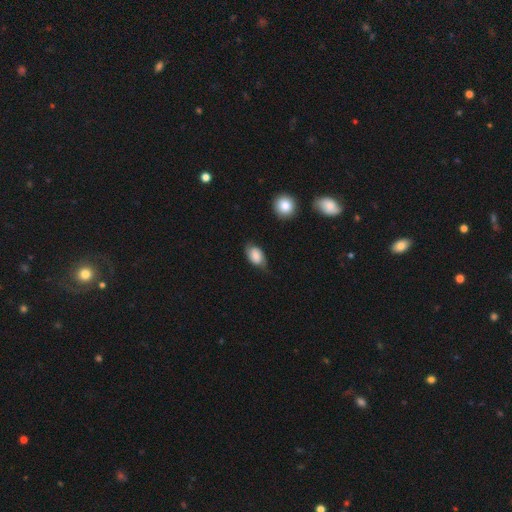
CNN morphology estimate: Smooth or featured? Predicted: smooth (p=0.62). How rounded? Predicted: in between (p=0.86). Merging? Predicted: none (p=0.64).